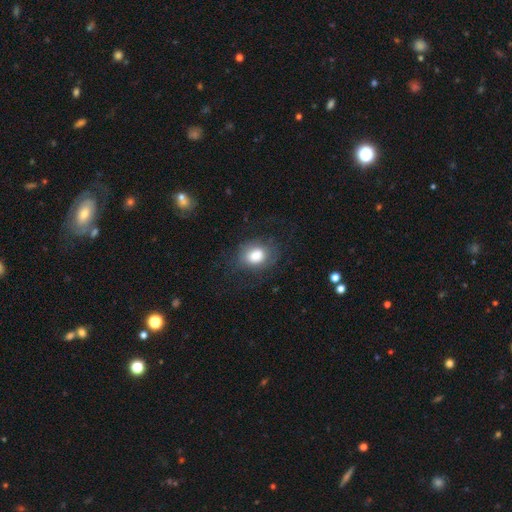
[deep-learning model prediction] Smooth or featured?
  - smooth: 74% *
  - featured or disk: 16%
  - star or artifact: 9%
How rounded?
  - in between: 59% *
  - round: 39%
  - cigar-shaped: 1%
Merging?
  - none: 63% *
  - minor disturbance: 21%
  - major disturbance: 15%
  - merger: 2%